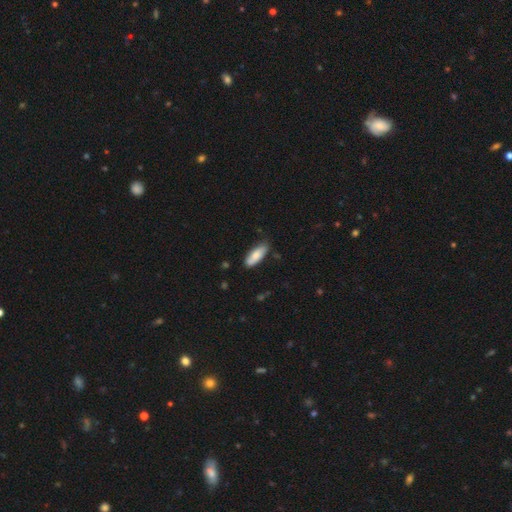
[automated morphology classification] A smooth galaxy with no disk features (81%) that is in between round and cigar-shaped (68%).

Vote fractions:
- Smooth or featured? smooth: 81% / featured or disk: 13% / star or artifact: 6%
- How rounded? in between: 68% / cigar-shaped: 31% / round: 2%
- Merging? none: 80% / minor disturbance: 16% / major disturbance: 2% / merger: 2%